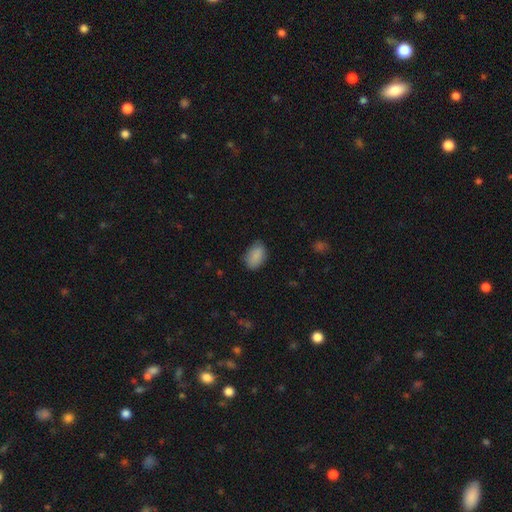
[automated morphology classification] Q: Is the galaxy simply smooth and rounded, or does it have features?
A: smooth — 87%.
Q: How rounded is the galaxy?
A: in between — 87%.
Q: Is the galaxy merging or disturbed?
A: none — 76%.